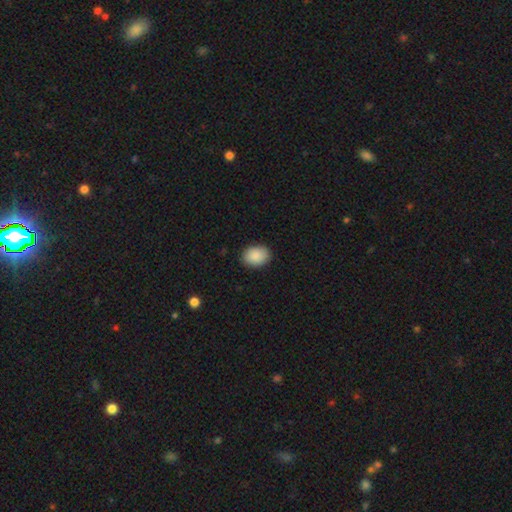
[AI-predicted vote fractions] smooth-or-featured: smooth: 90% | star or artifact: 7% | featured or disk: 4%
  how-rounded: in between: 69% | round: 30% | cigar-shaped: 1%
  merging: none: 88% | minor disturbance: 9% | major disturbance: 2% | merger: 1%